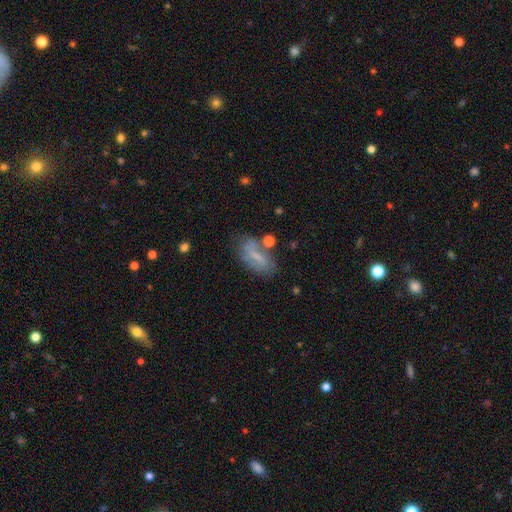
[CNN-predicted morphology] smooth 50%, featured or disk 41%, star or artifact 10%. Down the decision tree: merging — none (60%).